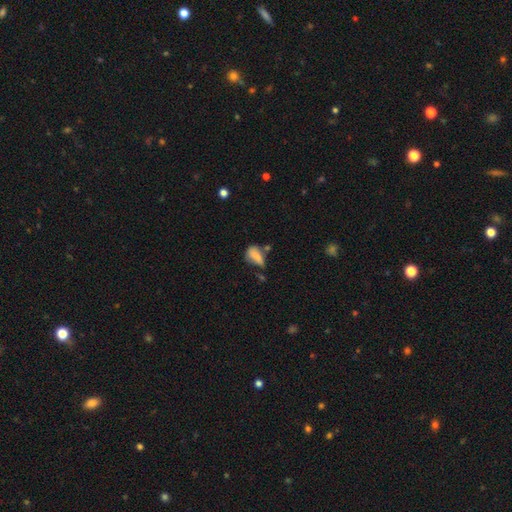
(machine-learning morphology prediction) Q: Smooth or featured?
A: smooth (73%); runner-up: featured or disk (16%)
Q: How rounded?
A: in between (78%); runner-up: round (11%)
Q: Merging?
A: none (33%); runner-up: minor disturbance (30%)